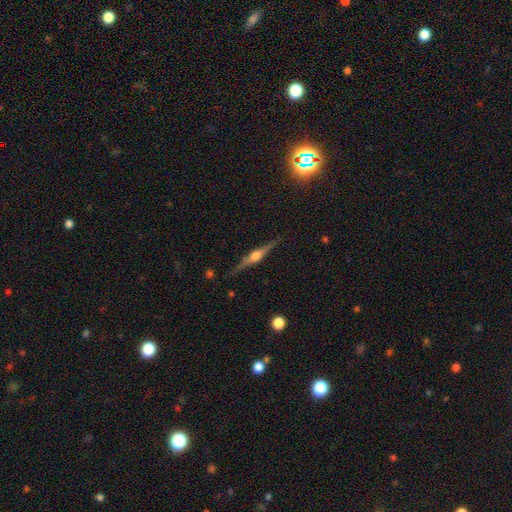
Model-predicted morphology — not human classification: Overall: featured or disk (83%). Edge-on disk: yes (98%). Edge-on bulge: rounded (92%). Merging: none (88%).